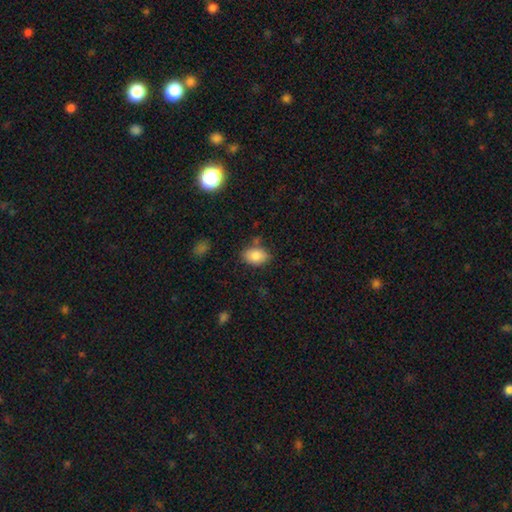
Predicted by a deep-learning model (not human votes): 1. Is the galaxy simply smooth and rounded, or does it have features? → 86% smooth, 8% star or artifact, 7% featured or disk.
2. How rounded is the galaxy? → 83% in between, 16% round, 1% cigar-shaped.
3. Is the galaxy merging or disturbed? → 74% none, 17% minor disturbance, 5% merger, 4% major disturbance.